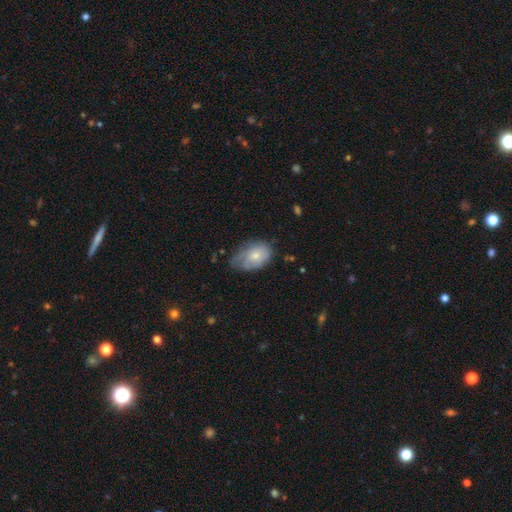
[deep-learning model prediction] smooth-or-featured: smooth: 58% | featured or disk: 35% | star or artifact: 7%
  how-rounded: in between: 83% | round: 16% | cigar-shaped: 1%
  merging: none: 43% | minor disturbance: 38% | major disturbance: 17% | merger: 2%